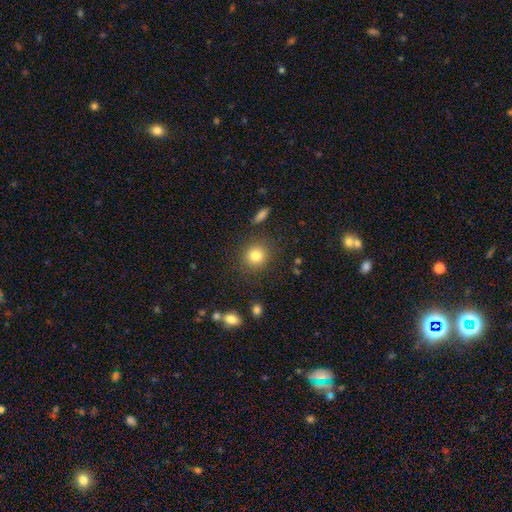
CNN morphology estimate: The model was most divided on "smooth or featured": smooth: 82%, star or artifact: 11%, featured or disk: 7%. More confident: how rounded — round (88%); merging — none (86%).